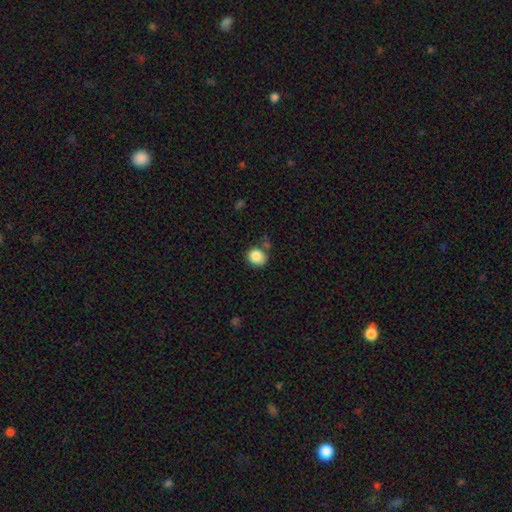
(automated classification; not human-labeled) Morphology: type=smooth (86%); roundness=round (78%); merging=none (66%).